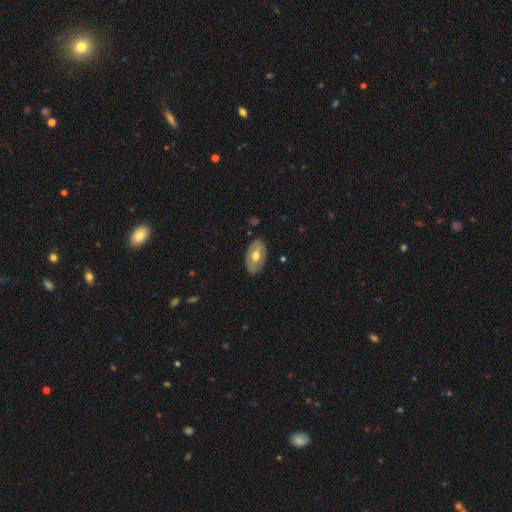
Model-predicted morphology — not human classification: The model was most divided on "smooth or featured": smooth: 48%, featured or disk: 47%, star or artifact: 6%. More confident: merging — none (82%).